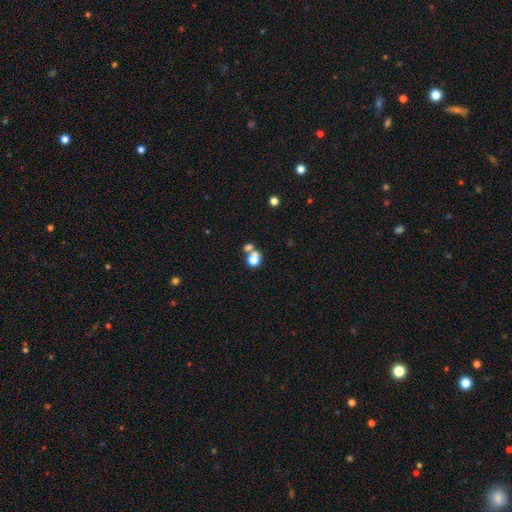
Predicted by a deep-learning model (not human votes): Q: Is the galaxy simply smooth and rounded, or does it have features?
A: smooth — 67%.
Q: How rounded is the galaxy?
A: round — 76%.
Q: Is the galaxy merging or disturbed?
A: none — 50%.